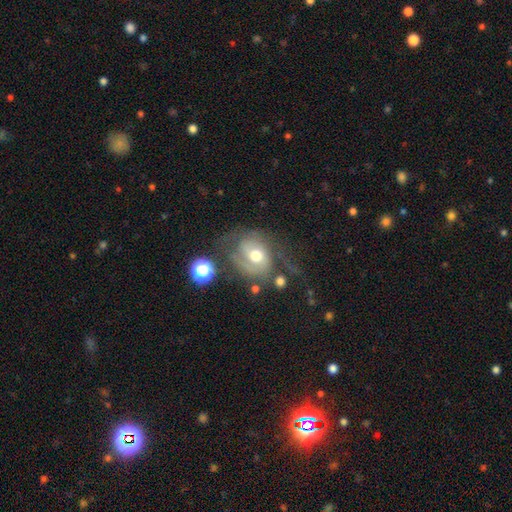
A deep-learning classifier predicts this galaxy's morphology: featured or disk 66%, smooth 25%, star or artifact 9%. Down the decision tree: edge-on disk — no (97%); bar — no (66%); spiral arms — yes (80%); spiral arm count — 2 (51%); spiral winding — medium (41%); bulge size — moderate (72%); merging — none (38%).